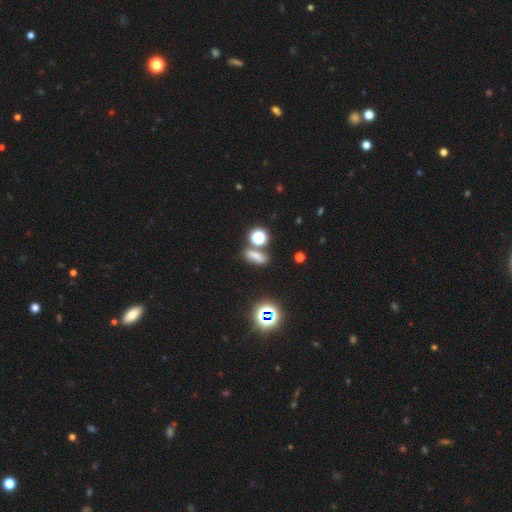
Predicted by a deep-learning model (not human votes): Overall: smooth (60%; star or artifact 27%). How rounded: in between (57%; cigar-shaped 24%). Merging: none (66%).